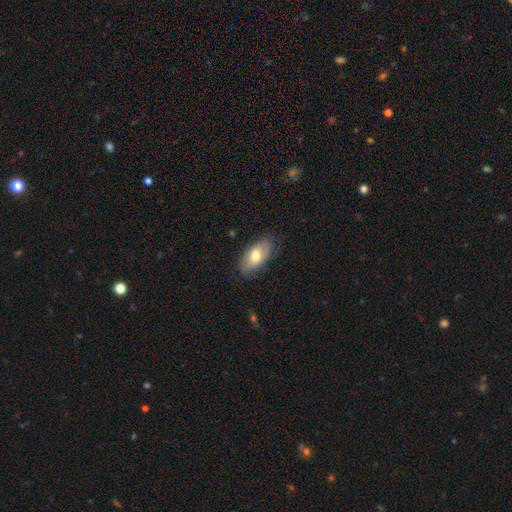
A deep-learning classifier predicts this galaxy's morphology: Q: Smooth or featured?
A: smooth (71%); runner-up: featured or disk (23%)
Q: How rounded?
A: in between (91%); runner-up: cigar-shaped (5%)
Q: Merging?
A: none (79%); runner-up: minor disturbance (17%)